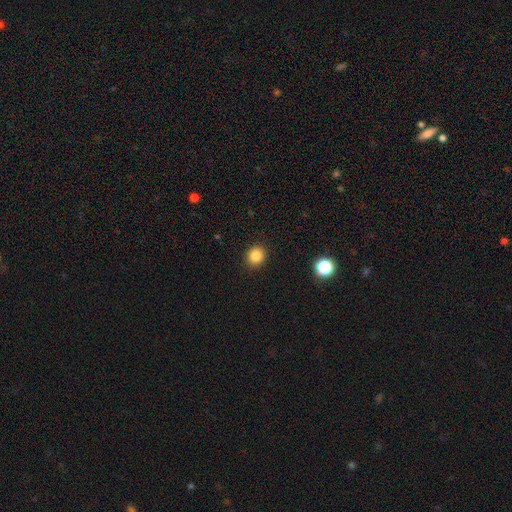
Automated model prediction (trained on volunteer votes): The model was most divided on "how rounded": round: 78%, in between: 21%, cigar-shaped: 1%. More confident: merging — none (91%); smooth or featured — smooth (84%).